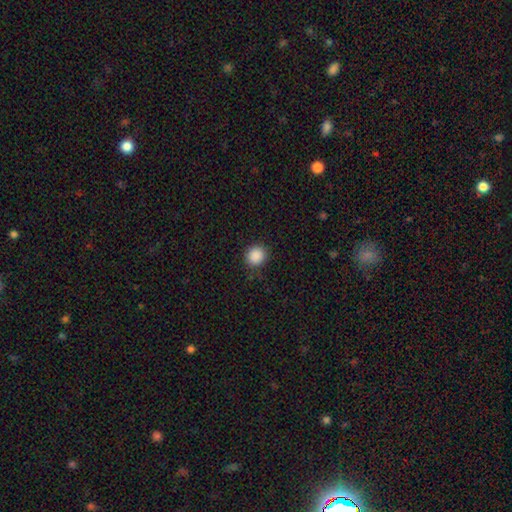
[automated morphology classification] Smooth or featured: smooth — 89% (star or artifact — 9%)
How rounded: round — 85% (in between — 14%)
Merging: none — 88% (minor disturbance — 9%)